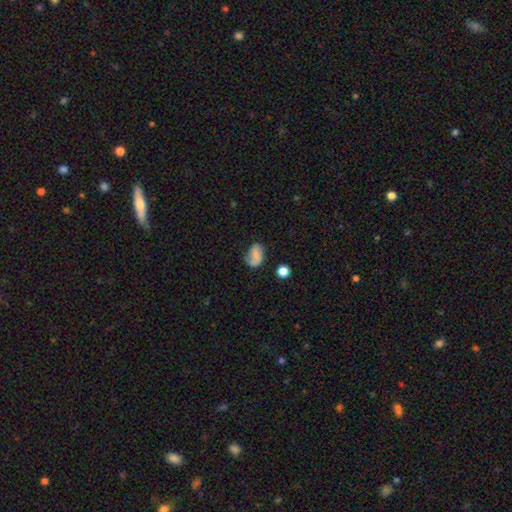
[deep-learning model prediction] Overall: smooth (47%; featured or disk 43%). Merging: none (52%; minor disturbance 27%).